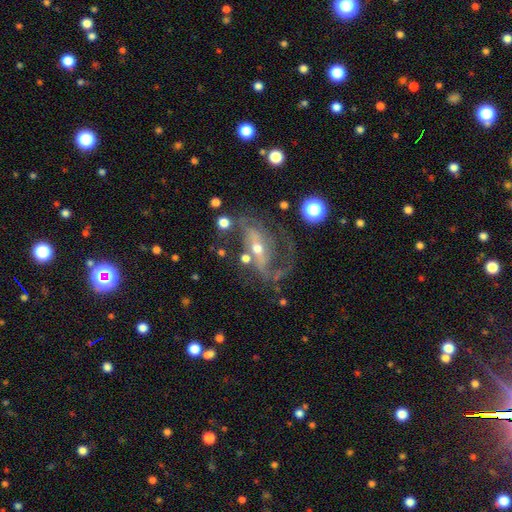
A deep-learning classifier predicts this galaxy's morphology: Q: Smooth or featured?
A: featured or disk (80%); runner-up: smooth (11%)
Q: Edge-on disk?
A: no (91%); runner-up: yes (9%)
Q: Bar?
A: strong (39%); runner-up: weak (33%)
Q: Spiral arms?
A: yes (86%); runner-up: no (14%)
Q: Spiral winding?
A: medium (44%); runner-up: loose (33%)
Q: Spiral arm count?
A: 2 (54%); runner-up: 1 (25%)
Q: Bulge size?
A: moderate (49%); runner-up: small (45%)
Q: Merging?
A: none (46%); runner-up: major disturbance (28%)